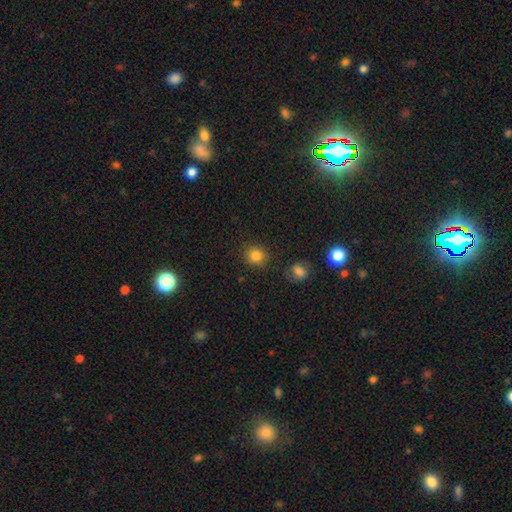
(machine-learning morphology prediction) smooth_or_featured: smooth (p=0.83) [alt: star or artifact p=0.12]
how_rounded: round (p=0.87) [alt: in between p=0.12]
merging: none (p=0.84) [alt: minor disturbance p=0.09]